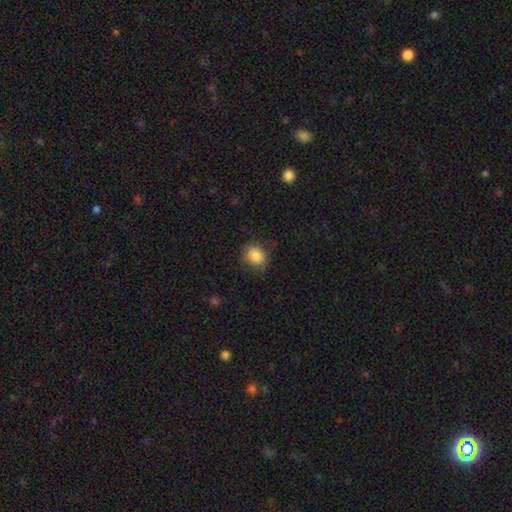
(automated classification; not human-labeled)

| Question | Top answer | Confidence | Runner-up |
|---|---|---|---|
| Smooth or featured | smooth | 82% | star or artifact (9%) |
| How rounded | round | 65% | in between (34%) |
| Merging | none | 71% | minor disturbance (21%) |